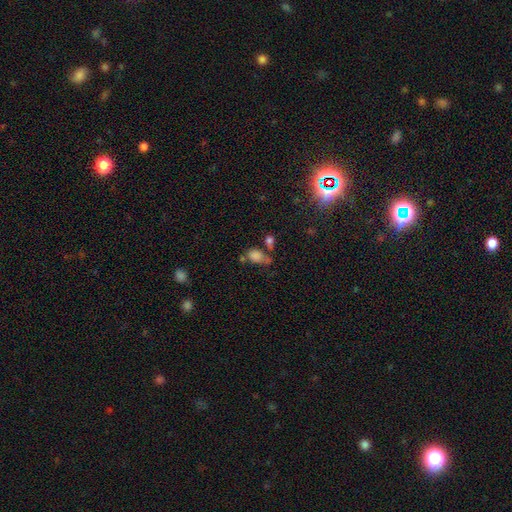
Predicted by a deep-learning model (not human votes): Overall: smooth (78%). How rounded: in between (76%). Merging: none (38%; merger 29%).